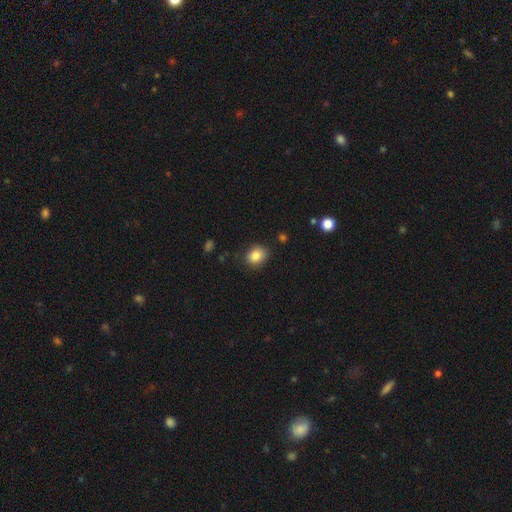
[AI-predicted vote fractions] Overall: smooth (85%). How rounded: round (52%; in between 47%). Merging: none (83%).